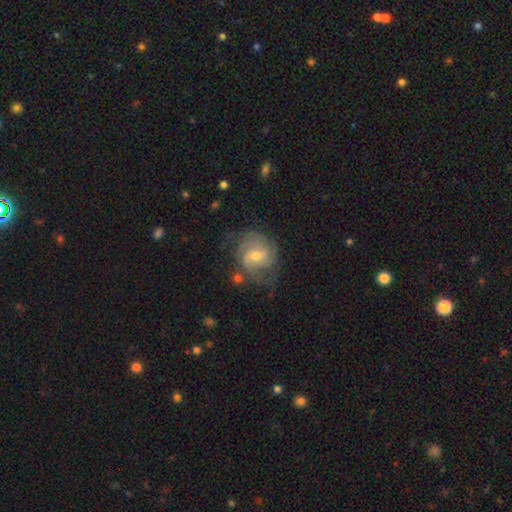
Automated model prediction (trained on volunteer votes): Smooth or featured: featured or disk — 78% (smooth — 15%)
Edge-on disk: no — 97% (yes — 3%)
Bar: weak — 53% (no — 32%)
Spiral arms: yes — 92% (no — 8%)
Spiral winding: tight — 46% (medium — 40%)
Spiral arm count: 2 — 33% (can't tell — 28%)
Bulge size: moderate — 55% (small — 41%)
Merging: none — 63% (minor disturbance — 21%)